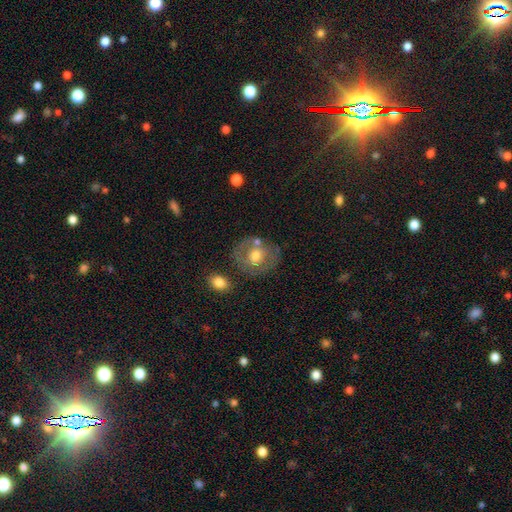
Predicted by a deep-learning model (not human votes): smooth_or_featured: smooth (p=0.49) [alt: featured or disk p=0.43]
merging: none (p=0.68) [alt: minor disturbance p=0.16]